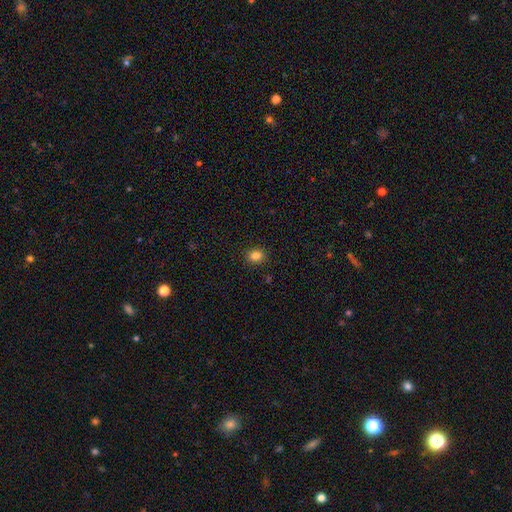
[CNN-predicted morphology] smooth-or-featured: smooth: 84% | star or artifact: 11% | featured or disk: 5%
  how-rounded: round: 56% | in between: 43% | cigar-shaped: 1%
  merging: none: 90% | minor disturbance: 7% | major disturbance: 2% | merger: 1%